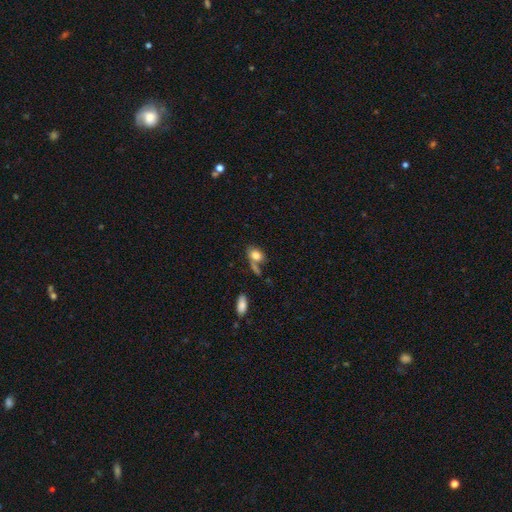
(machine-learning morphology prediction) This is likely a smooth galaxy (80%). How rounded: likely in between (79%). Merging: possibly none (45%).